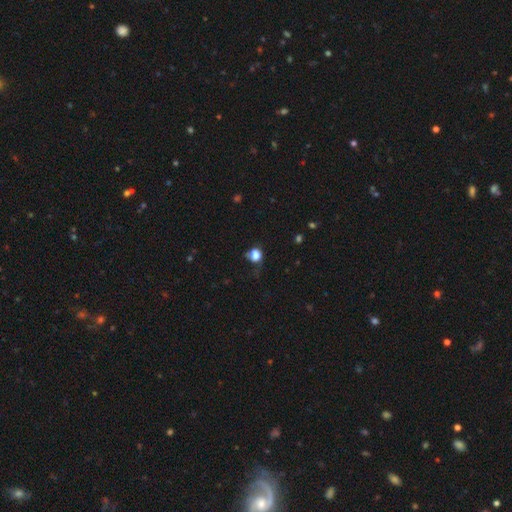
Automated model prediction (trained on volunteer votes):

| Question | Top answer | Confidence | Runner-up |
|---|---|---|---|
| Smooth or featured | smooth | 78% | star or artifact (14%) |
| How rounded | round | 66% | in between (32%) |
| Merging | none | 47% | minor disturbance (28%) |